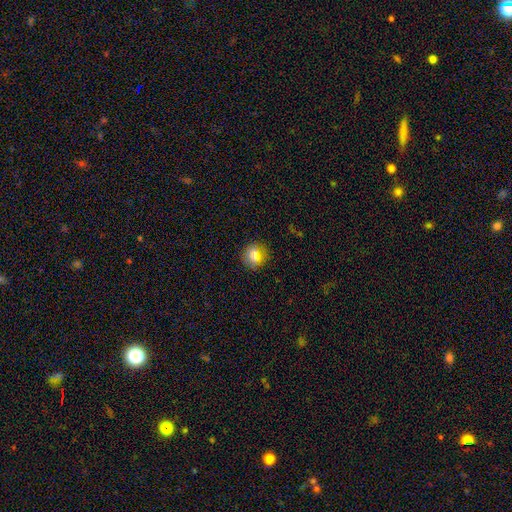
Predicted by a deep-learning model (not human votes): This is likely a smooth galaxy (71%). How rounded: likely round (78%). Merging: clearly none (88%).